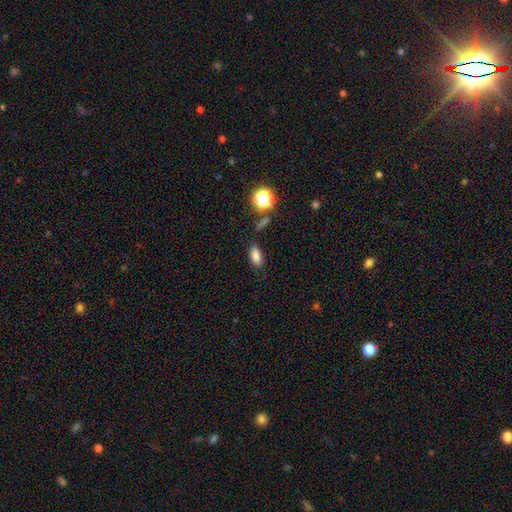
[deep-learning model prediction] Smooth or featured: smooth — 81% (star or artifact — 13%)
How rounded: in between — 86% (cigar-shaped — 8%)
Merging: none — 78% (minor disturbance — 13%)